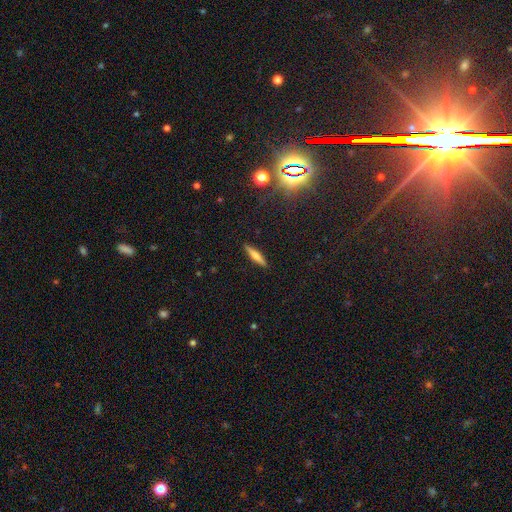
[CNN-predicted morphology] Overall: smooth (54%; featured or disk 37%). How rounded: cigar-shaped (86%). Merging: none (90%).